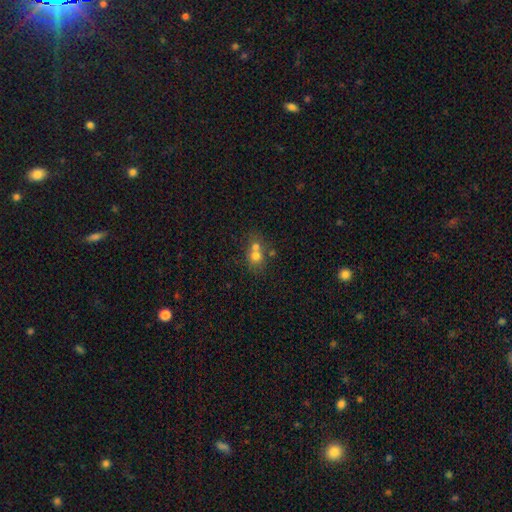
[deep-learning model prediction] This appears to be a smooth galaxy with no disk features (68%) that is round (72%). Merging: merger (60%).